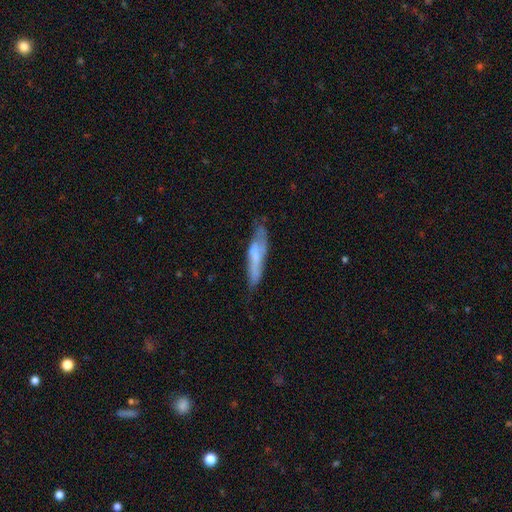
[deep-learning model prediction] A featured or disk galaxy (47%). Merging: none (57%).